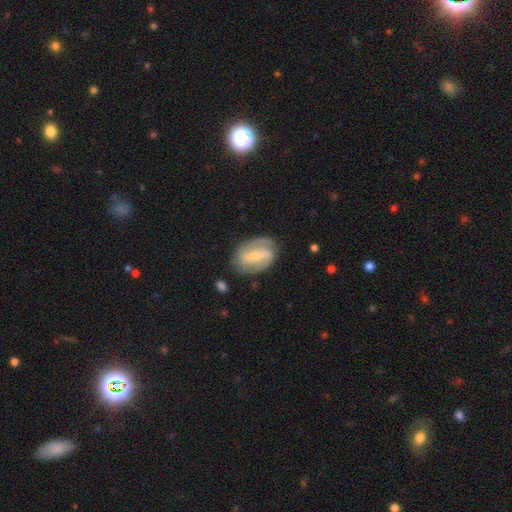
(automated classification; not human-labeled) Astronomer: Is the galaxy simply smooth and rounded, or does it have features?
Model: featured or disk — 77%.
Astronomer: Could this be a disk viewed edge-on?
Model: no — 96%.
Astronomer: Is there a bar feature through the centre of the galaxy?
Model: strong — 53% (runner-up: weak, 35%).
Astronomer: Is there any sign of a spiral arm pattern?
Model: yes — 89%.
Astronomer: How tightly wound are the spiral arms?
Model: medium — 42% (runner-up: tight, 38%).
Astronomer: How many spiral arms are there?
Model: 2 — 76%.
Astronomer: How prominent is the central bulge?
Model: small — 63%.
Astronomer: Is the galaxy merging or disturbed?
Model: none — 76%.